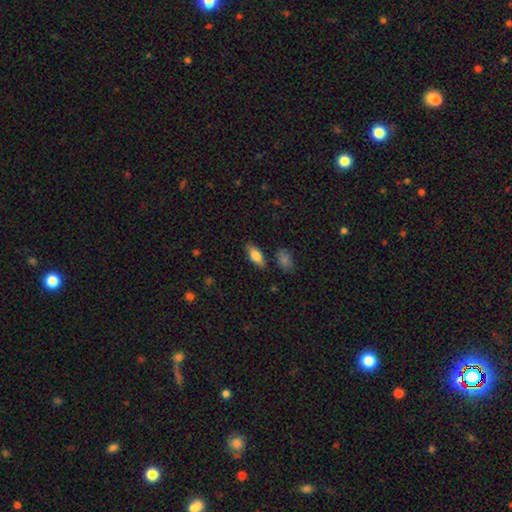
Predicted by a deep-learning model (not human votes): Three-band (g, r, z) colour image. It shows a smooth galaxy with no disk features (80%) that is in between round and cigar-shaped (83%). Merging: none (83%).